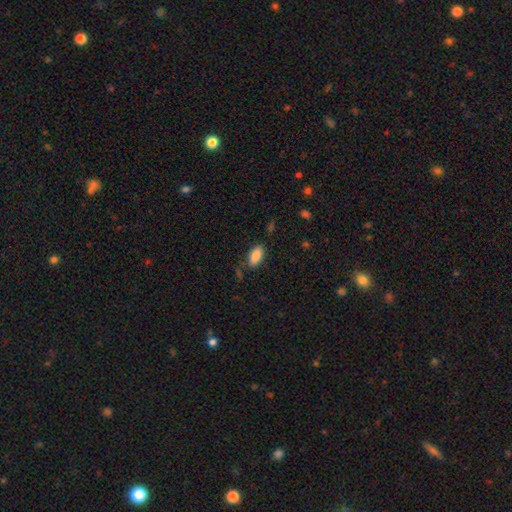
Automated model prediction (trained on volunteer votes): Morphology: type=smooth (86%); roundness=in between (90%); merging=none (79%).